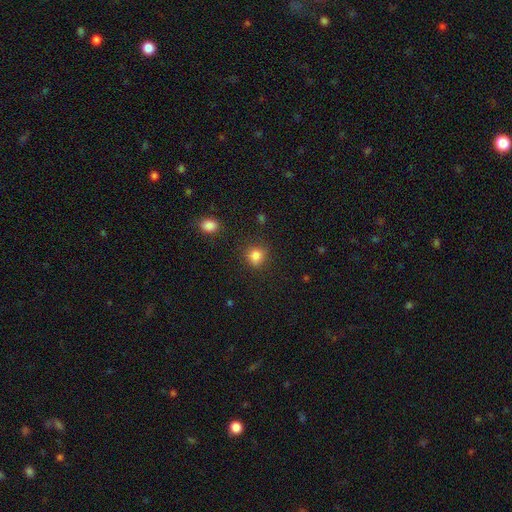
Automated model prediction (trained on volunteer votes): Smooth or featured: smooth — 84% (star or artifact — 12%)
How rounded: round — 78% (in between — 21%)
Merging: none — 78% (minor disturbance — 14%)